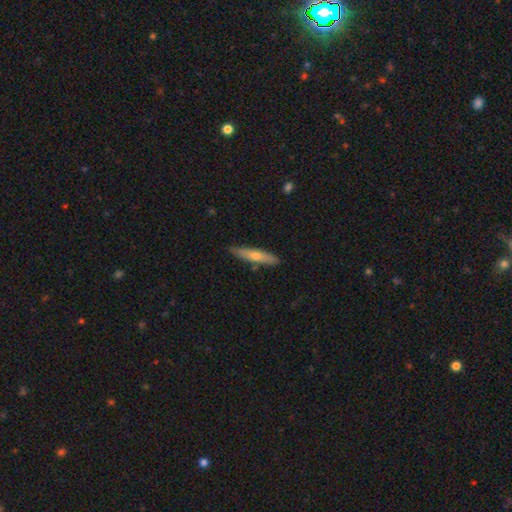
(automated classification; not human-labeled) Smooth or featured: smooth — 52% (featured or disk — 42%)
How rounded: cigar-shaped — 87% (in between — 11%)
Merging: none — 85% (minor disturbance — 12%)